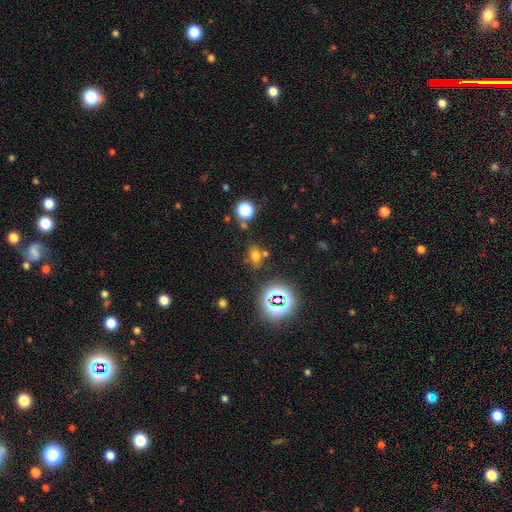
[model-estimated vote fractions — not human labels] A smooth galaxy with no disk features (61%) that is in between round and cigar-shaped (64%). Merging: none (69%).